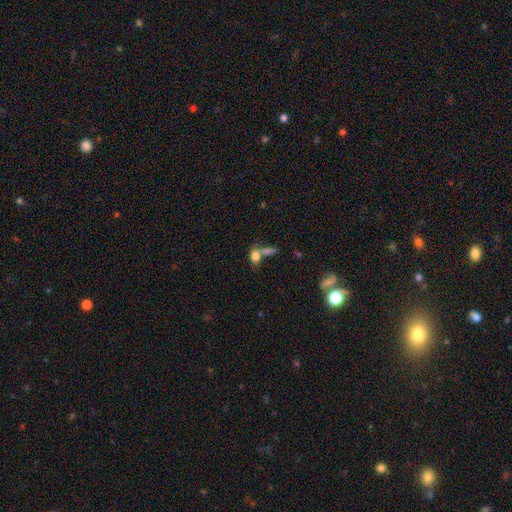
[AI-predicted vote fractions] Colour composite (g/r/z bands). It shows a smooth galaxy with no disk features (76%) that is in between round and cigar-shaped (66%). Merging: merger (47%).